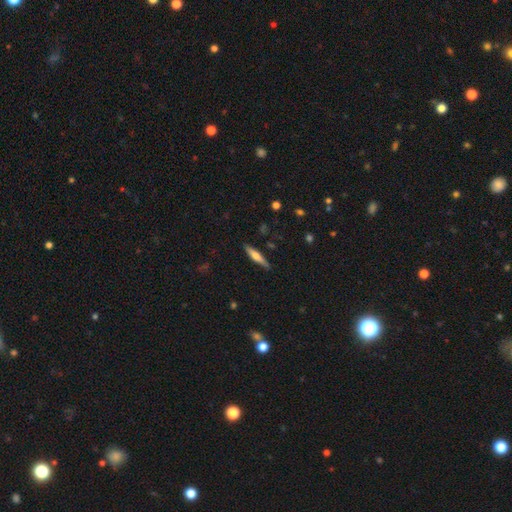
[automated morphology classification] Smooth or featured: featured or disk — 53% (smooth — 41%)
Edge-on disk: yes — 96% (no — 4%)
Edge-on bulge: rounded — 82% (boxy — 11%)
Merging: none — 88% (minor disturbance — 9%)